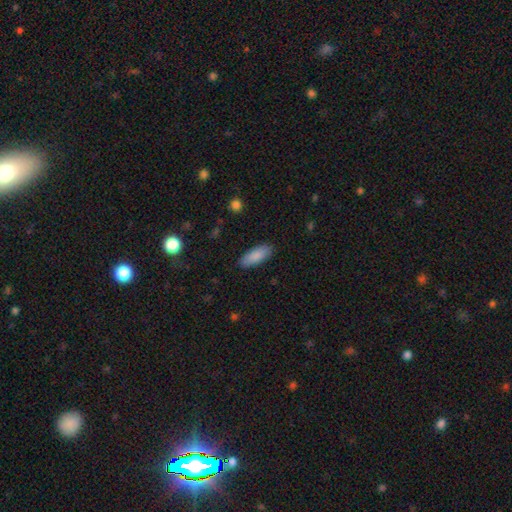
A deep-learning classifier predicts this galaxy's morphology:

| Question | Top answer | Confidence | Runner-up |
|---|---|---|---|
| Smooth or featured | smooth | 88% | featured or disk (6%) |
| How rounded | in between | 78% | cigar-shaped (21%) |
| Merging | none | 88% | minor disturbance (9%) |